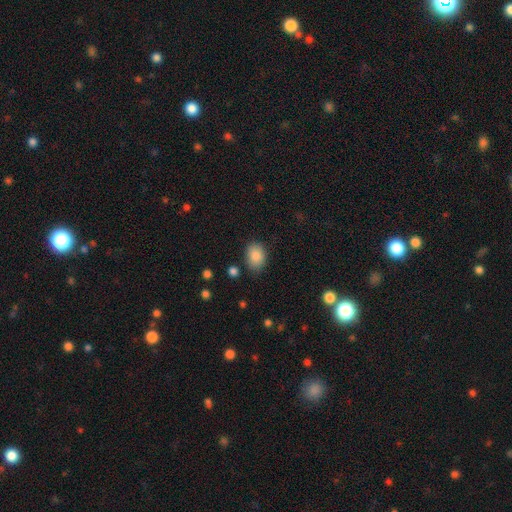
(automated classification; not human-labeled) smooth_or_featured: smooth (p=0.87) [alt: star or artifact p=0.08]
how_rounded: in between (p=0.75) [alt: round p=0.24]
merging: none (p=0.78) [alt: minor disturbance p=0.16]